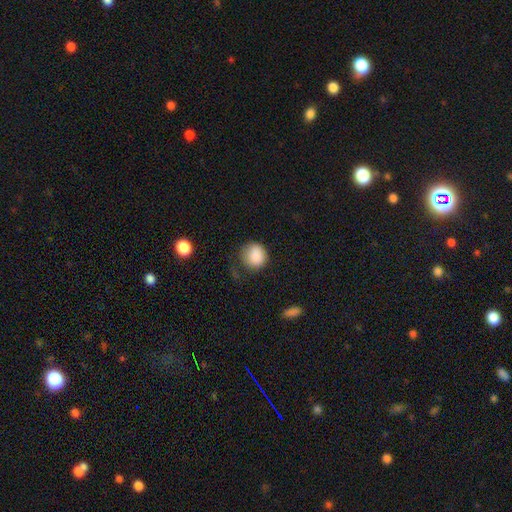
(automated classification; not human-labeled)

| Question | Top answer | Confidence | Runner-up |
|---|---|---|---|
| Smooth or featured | smooth | 87% | star or artifact (8%) |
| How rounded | round | 83% | in between (16%) |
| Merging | none | 61% | minor disturbance (25%) |